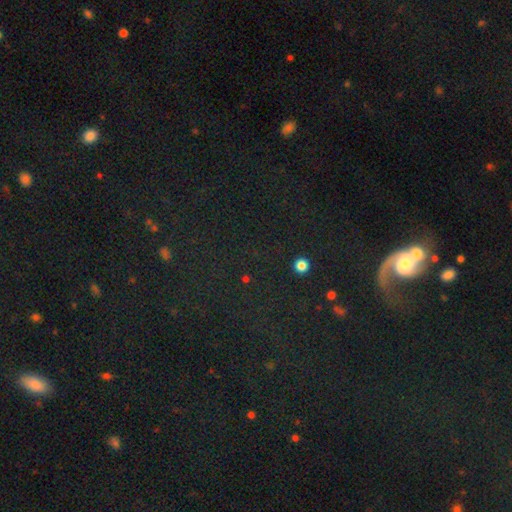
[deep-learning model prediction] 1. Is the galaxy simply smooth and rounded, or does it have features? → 40% star or artifact, 36% featured or disk, 24% smooth.